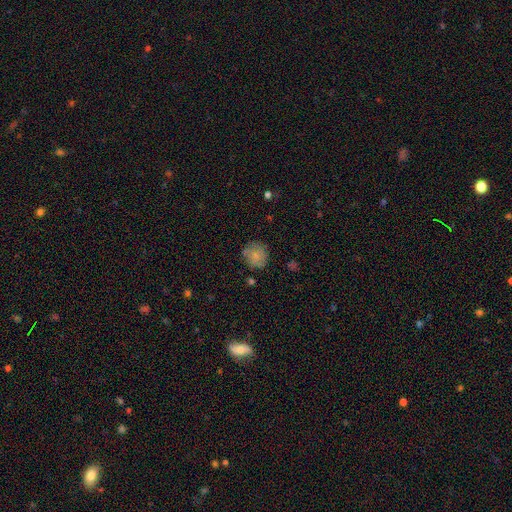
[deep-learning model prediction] Smooth or featured? smooth (78%)
How rounded? round (86%)
Merging? none (73%)